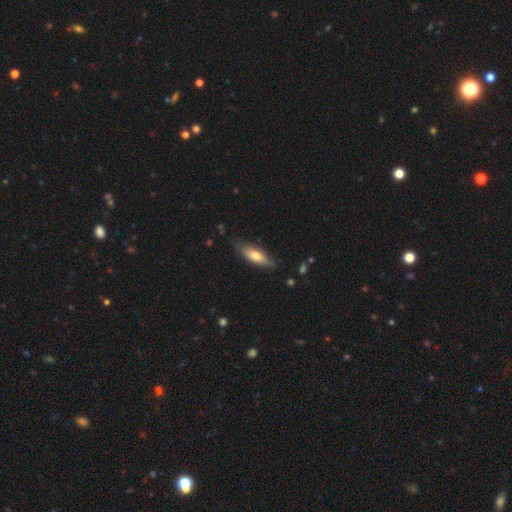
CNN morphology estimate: Smooth or featured?
  - smooth: 61% *
  - featured or disk: 33%
  - star or artifact: 6%
How rounded?
  - in between: 50% *
  - cigar-shaped: 48%
  - round: 2%
Merging?
  - none: 75% *
  - minor disturbance: 20%
  - major disturbance: 3%
  - merger: 2%